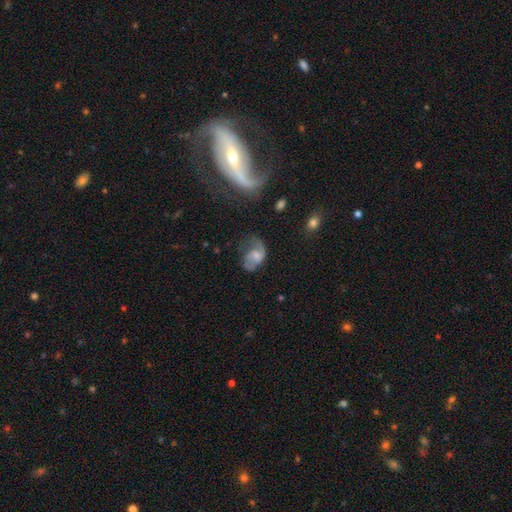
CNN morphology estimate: Smooth or featured?
  - featured or disk: 60% *
  - smooth: 31%
  - star or artifact: 8%
Edge-on disk?
  - no: 97% *
  - yes: 3%
Bar?
  - no: 59% *
  - weak: 35%
  - strong: 6%
Spiral arms?
  - yes: 83% *
  - no: 17%
Bulge size?
  - small: 42% *
  - moderate: 36%
  - none: 15%
  - large: 5%
  - dominant: 1%
Merging?
  - none: 39% *
  - major disturbance: 30%
  - minor disturbance: 28%
  - merger: 3%